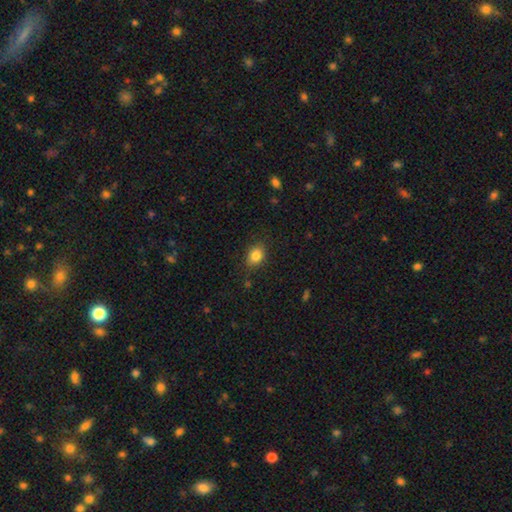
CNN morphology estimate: Overall: smooth (84%). How rounded: in between (62%; round 37%). Merging: none (84%).